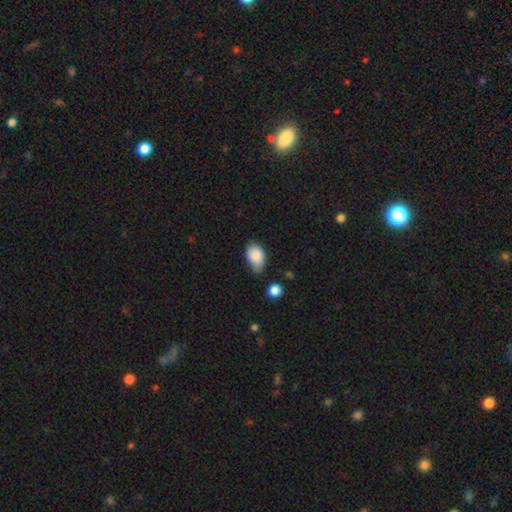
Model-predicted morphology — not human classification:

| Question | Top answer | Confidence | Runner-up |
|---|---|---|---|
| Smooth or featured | smooth | 88% | star or artifact (8%) |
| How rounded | in between | 85% | round (14%) |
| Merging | none | 53% | minor disturbance (36%) |